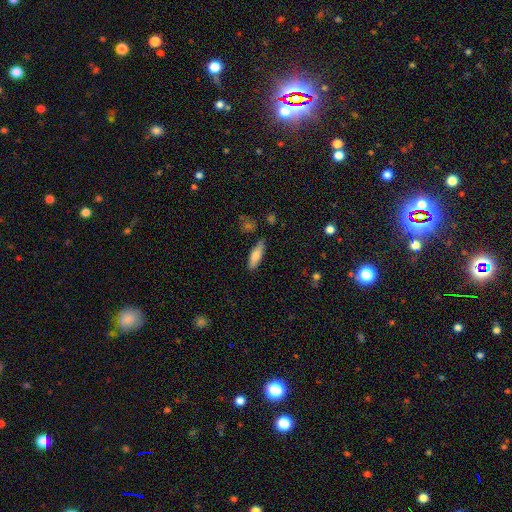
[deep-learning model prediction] Smooth or featured? smooth (74%)
How rounded? cigar-shaped (55%)
Merging? none (82%)